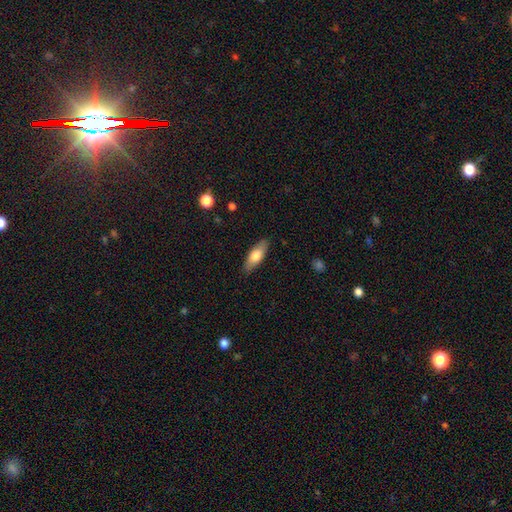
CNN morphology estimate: This is likely a smooth galaxy (71%). How rounded: likely in between (67%). Merging: clearly none (86%).